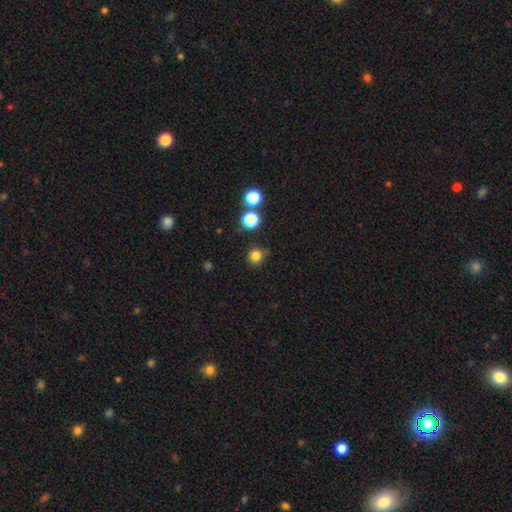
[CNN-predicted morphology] This appears to be a smooth galaxy with no disk features (81%) that is round (93%). Merging: none (82%).